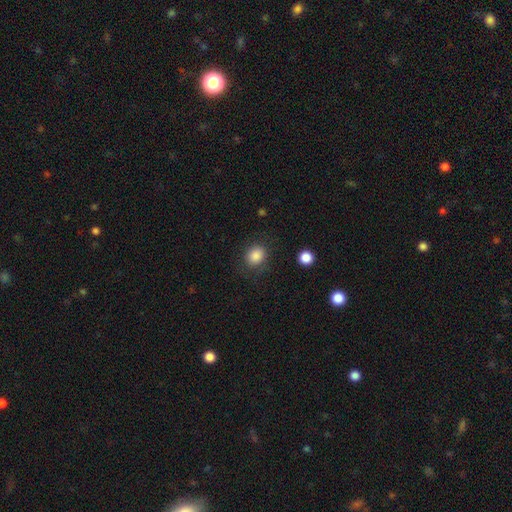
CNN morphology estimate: type=smooth (86%); roundness=round (66%); merging=none (81%).